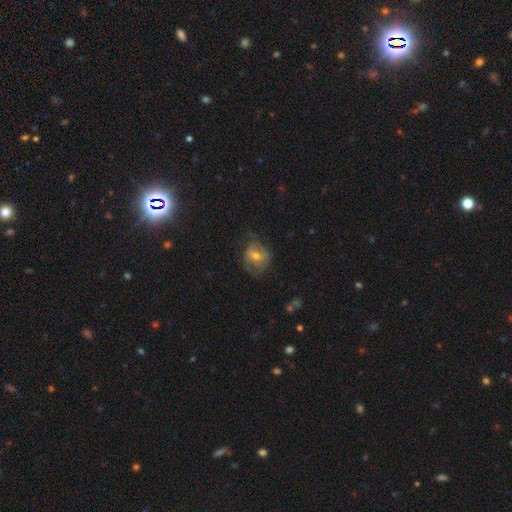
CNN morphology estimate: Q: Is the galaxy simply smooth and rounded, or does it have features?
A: smooth — 52%.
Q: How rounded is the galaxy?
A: round — 60%.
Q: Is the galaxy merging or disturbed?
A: none — 56%.